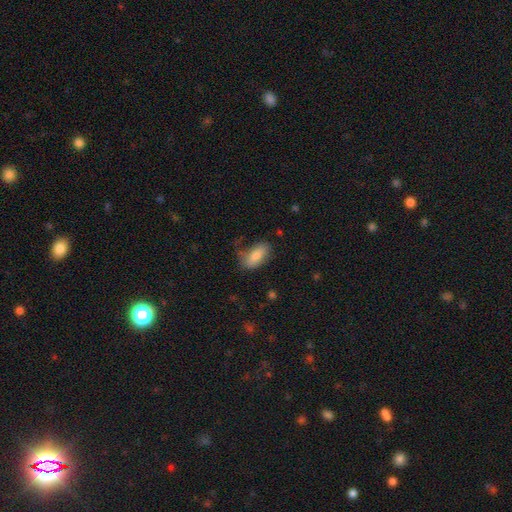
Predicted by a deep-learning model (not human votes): smooth 79%, featured or disk 13%, star or artifact 7%. Down the decision tree: how rounded — in between (89%); merging — none (62%).